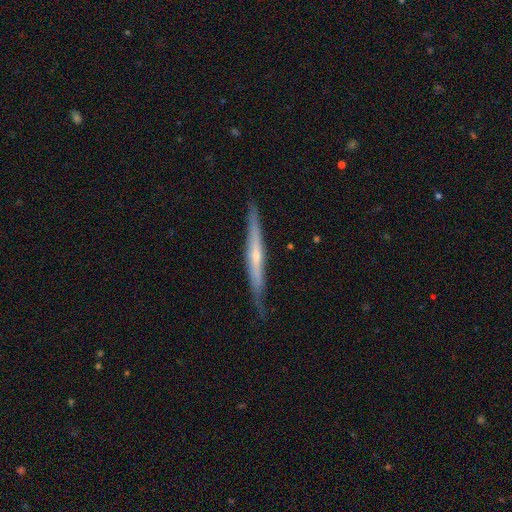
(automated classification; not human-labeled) Smooth or featured? Predicted: featured or disk (p=0.68). Edge-on disk? Predicted: yes (p=0.96). Edge-on bulge? Predicted: rounded (p=0.55). Merging? Predicted: none (p=0.83).